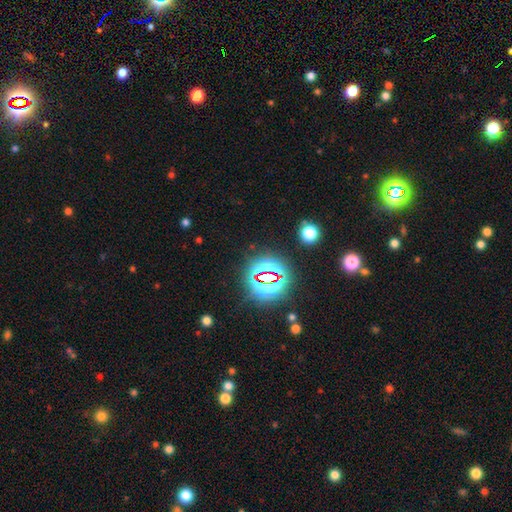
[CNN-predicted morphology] A star or artifact, not a galaxy (76%).

Vote fractions:
- Smooth or featured? star or artifact: 76% / smooth: 15% / featured or disk: 8%